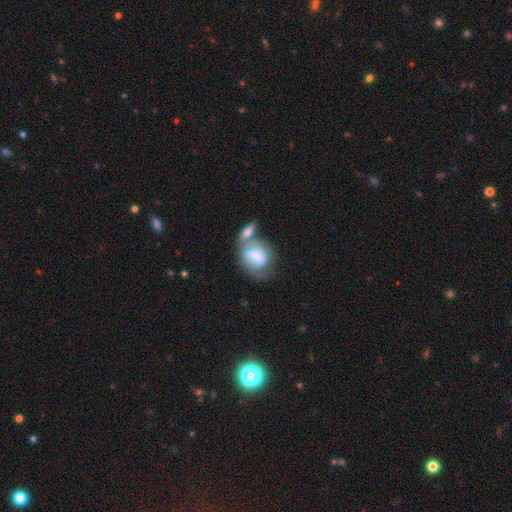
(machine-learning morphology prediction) smooth-or-featured: smooth: 57% | featured or disk: 36% | star or artifact: 7%
  how-rounded: in between: 60% | round: 37% | cigar-shaped: 3%
  merging: merger: 48% | none: 26% | minor disturbance: 15% | major disturbance: 11%